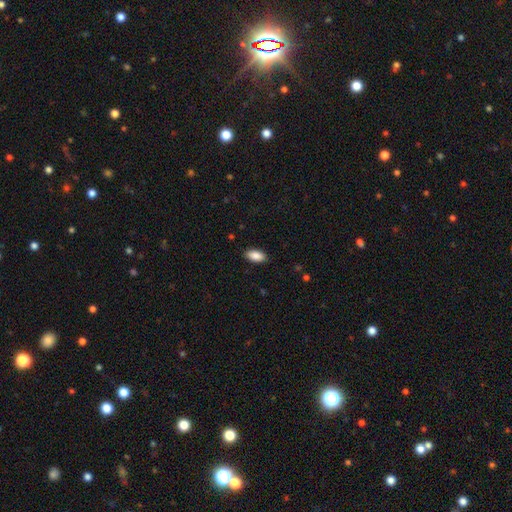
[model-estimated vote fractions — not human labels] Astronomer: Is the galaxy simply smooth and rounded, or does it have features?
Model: smooth — 89%.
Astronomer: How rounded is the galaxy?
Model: in between — 93%.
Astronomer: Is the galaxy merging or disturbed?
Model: none — 88%.